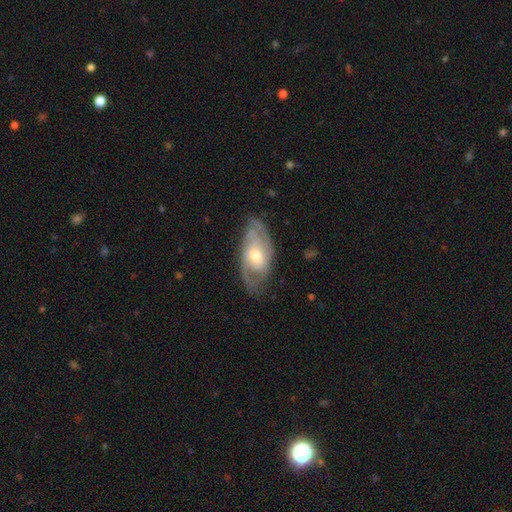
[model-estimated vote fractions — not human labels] featured or disk 82%, smooth 13%, star or artifact 5%. Down the decision tree: edge-on disk — no (93%); bar — no (62%); spiral arms — yes (93%); spiral arm count — 2 (57%); spiral winding — tight (45%); bulge size — moderate (62%); merging — none (74%).